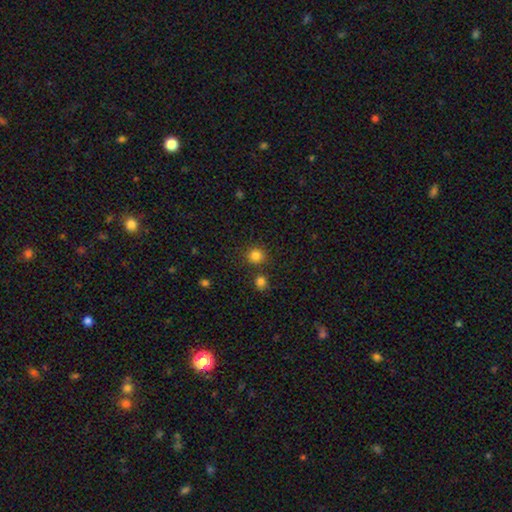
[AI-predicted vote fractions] smooth-or-featured: smooth: 82% | star or artifact: 13% | featured or disk: 4%
  how-rounded: round: 90% | in between: 9% | cigar-shaped: 1%
  merging: none: 81% | merger: 9% | minor disturbance: 7% | major disturbance: 3%